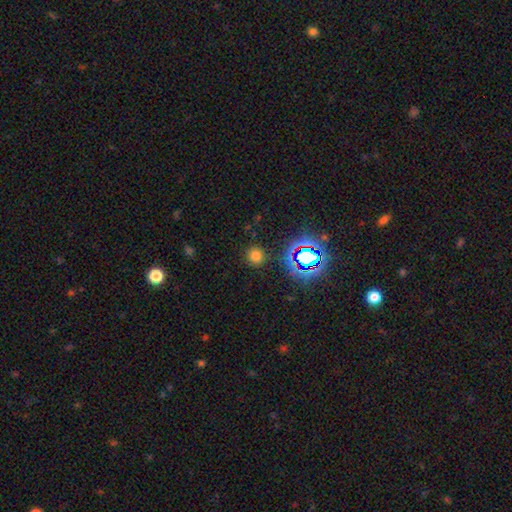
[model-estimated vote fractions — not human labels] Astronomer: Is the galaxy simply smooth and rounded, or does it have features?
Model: smooth — 70%.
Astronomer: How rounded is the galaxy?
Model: round — 92%.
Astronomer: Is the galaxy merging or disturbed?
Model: none — 88%.